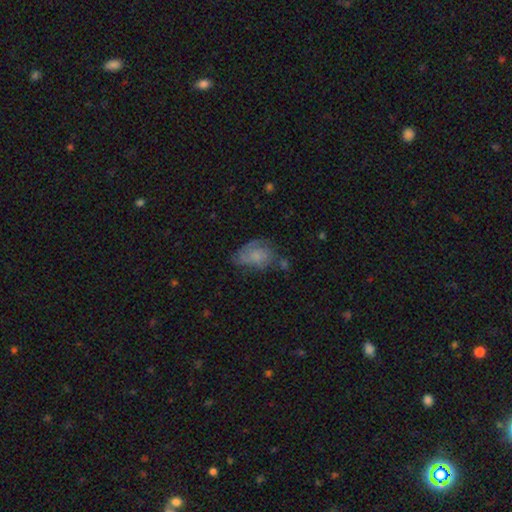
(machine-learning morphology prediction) smooth 50%, featured or disk 39%, star or artifact 10%. Down the decision tree: how rounded — in between (83%); merging — none (41%).